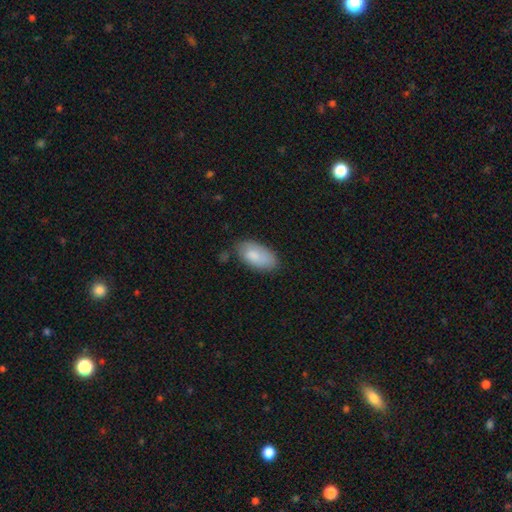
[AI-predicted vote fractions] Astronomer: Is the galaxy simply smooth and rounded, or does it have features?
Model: smooth — 83%.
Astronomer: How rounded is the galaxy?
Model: in between — 94%.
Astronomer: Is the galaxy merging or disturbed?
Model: none — 71%.